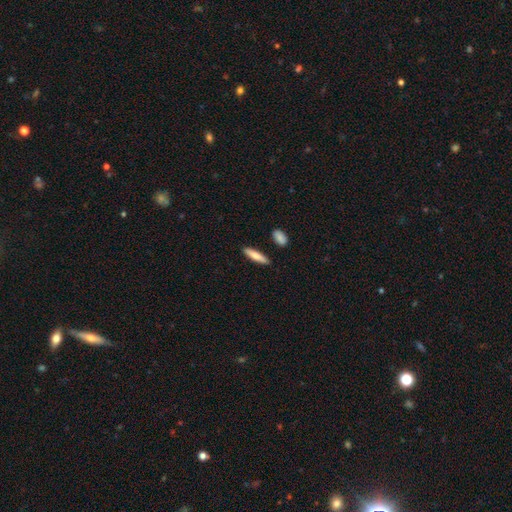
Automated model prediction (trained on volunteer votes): Q: Smooth or featured?
A: smooth (75%); runner-up: featured or disk (19%)
Q: How rounded?
A: cigar-shaped (75%); runner-up: in between (24%)
Q: Merging?
A: none (86%); runner-up: minor disturbance (9%)